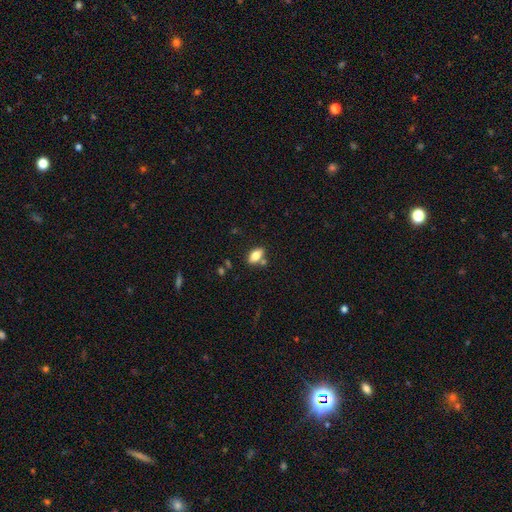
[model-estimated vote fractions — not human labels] A smooth galaxy with no disk features (76%) that is in between round and cigar-shaped (88%).

Vote fractions:
- Smooth or featured? smooth: 76% / featured or disk: 16% / star or artifact: 8%
- How rounded? in between: 88% / cigar-shaped: 6% / round: 6%
- Merging? none: 71% / minor disturbance: 13% / merger: 13% / major disturbance: 3%